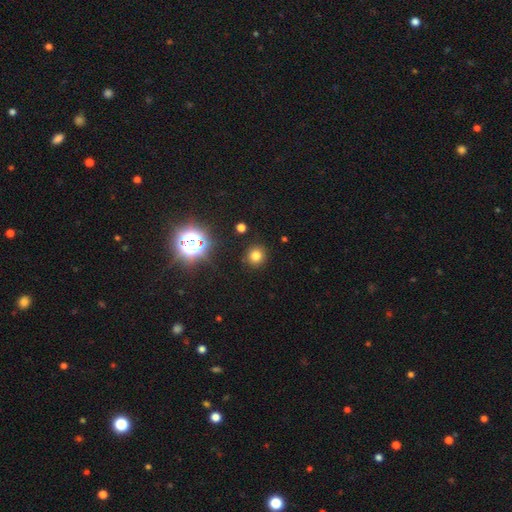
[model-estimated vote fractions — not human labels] Morphology: type=smooth (75%); roundness=round (93%); merging=none (90%).